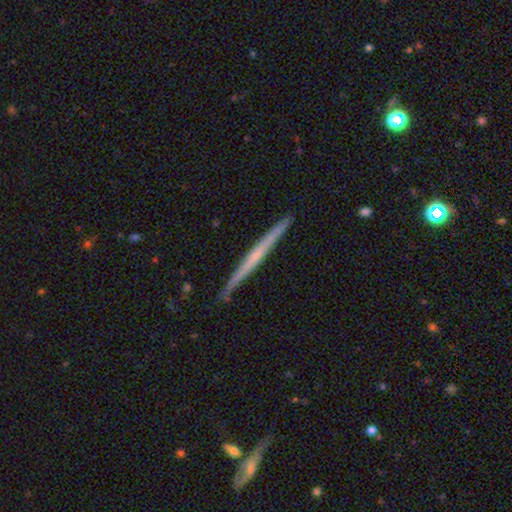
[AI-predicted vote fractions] This appears to be a featured or disk galaxy (63%) viewed edge-on (98%) with no central bulge (76%). Merging: none (91%).